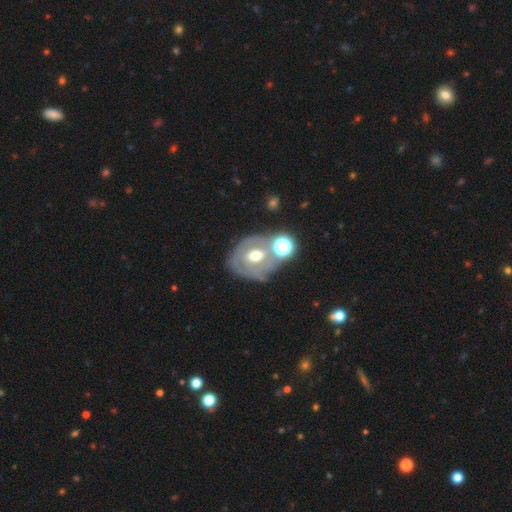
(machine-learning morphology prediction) Overall: featured or disk (57%; smooth 32%). Edge-on disk: no (95%). Bar: no (64%; weak 25%). Spiral arms: no (68%; yes 32%). Bulge size: moderate (68%). Merging: none (53%; minor disturbance 18%).